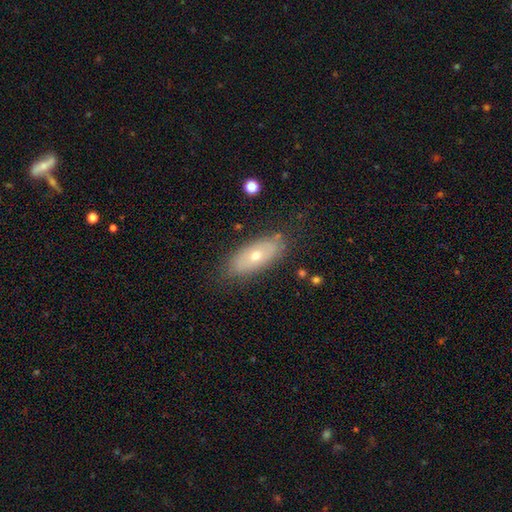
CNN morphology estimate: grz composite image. It shows a smooth galaxy with no disk features (56%) that is in between round and cigar-shaped (81%). Merging: none (80%).